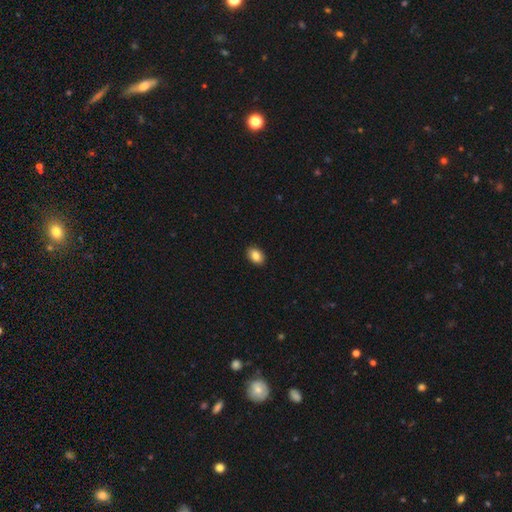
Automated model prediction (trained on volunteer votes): smooth_or_featured: smooth (p=0.86) [alt: star or artifact p=0.08]
how_rounded: in between (p=0.79) [alt: round p=0.20]
merging: none (p=0.91) [alt: minor disturbance p=0.07]